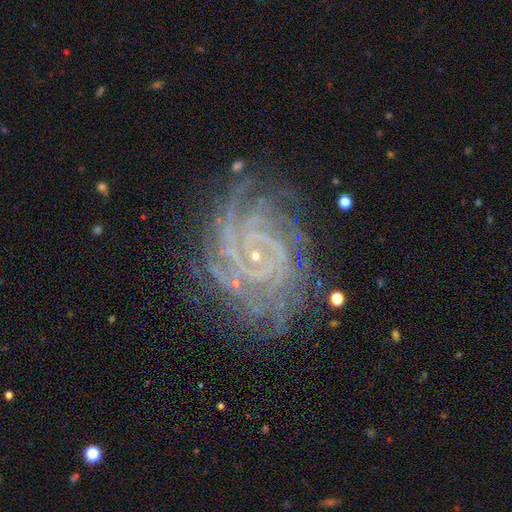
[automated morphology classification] Smooth or featured?
  - featured or disk: 88% *
  - star or artifact: 8%
  - smooth: 4%
Edge-on disk?
  - no: 98% *
  - yes: 2%
Bar?
  - no: 52% *
  - weak: 33%
  - strong: 15%
Spiral arms?
  - yes: 98% *
  - no: 2%
Spiral winding?
  - tight: 77% *
  - medium: 20%
  - loose: 3%
Spiral arm count?
  - more than 4: 22% *
  - 4: 21%
  - can't tell: 18%
  - 3: 15%
  - 2: 15%
  - 1: 9%
Bulge size?
  - small: 85% *
  - none: 7%
  - moderate: 6%
  - large: 1%
  - dominant: 1%
Merging?
  - none: 75% *
  - minor disturbance: 16%
  - major disturbance: 7%
  - merger: 2%